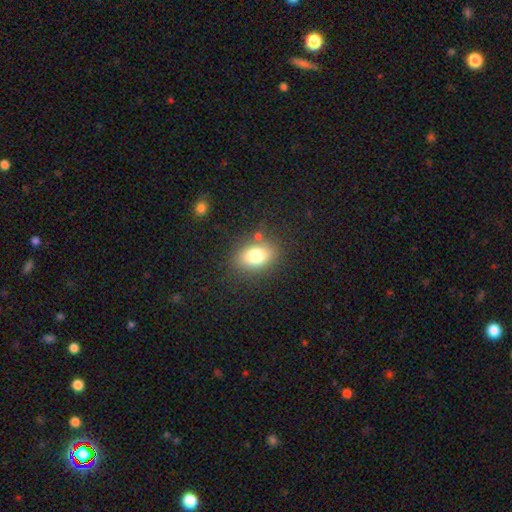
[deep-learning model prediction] smooth 77%, featured or disk 13%, star or artifact 11%. Down the decision tree: how rounded — in between (75%); merging — none (77%).